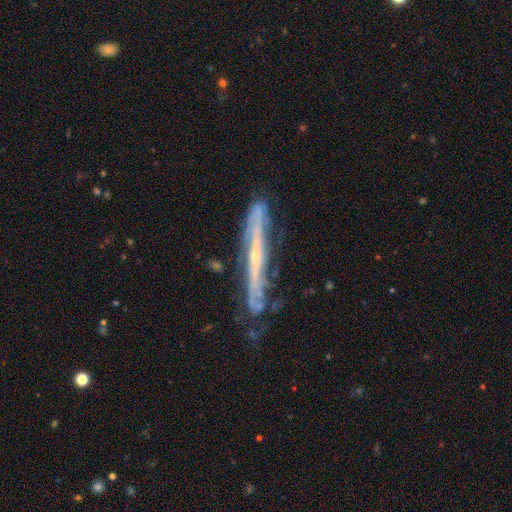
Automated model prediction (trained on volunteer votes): Morphology: type=featured or disk (76%); edge-on=yes (84%); edge-on bulge=none (50%); merging=none (68%).